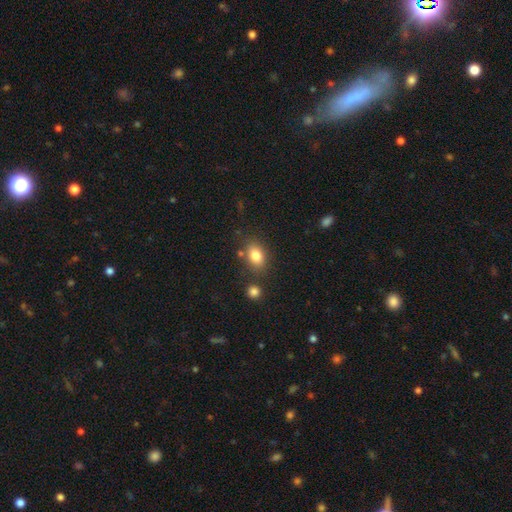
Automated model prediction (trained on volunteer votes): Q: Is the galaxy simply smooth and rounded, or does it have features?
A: smooth — 82%.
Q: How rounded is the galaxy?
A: in between — 74%.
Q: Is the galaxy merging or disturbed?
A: none — 73%.